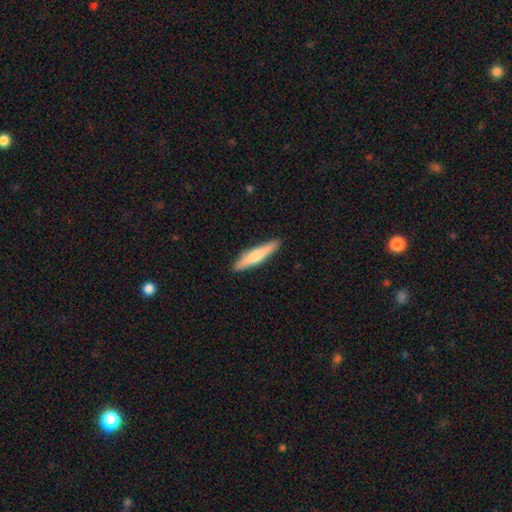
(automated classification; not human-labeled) Smooth or featured: smooth — 59% (featured or disk — 36%)
How rounded: cigar-shaped — 89% (in between — 10%)
Merging: none — 90% (minor disturbance — 7%)